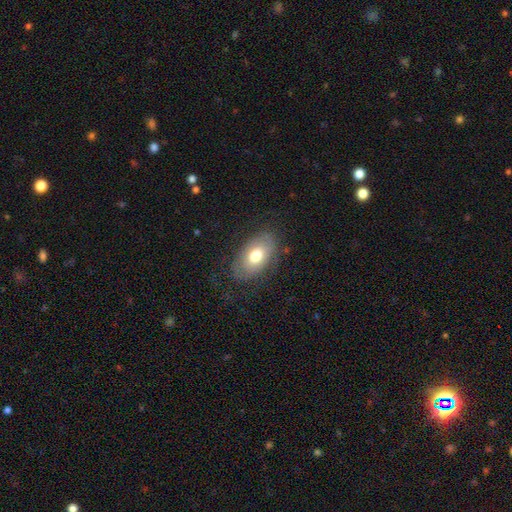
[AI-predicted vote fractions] Overall: smooth (66%; featured or disk 27%). How rounded: in between (92%). Merging: none (78%).